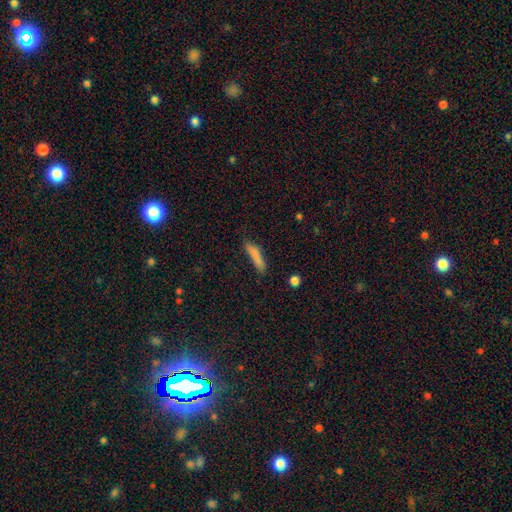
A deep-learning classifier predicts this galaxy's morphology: The model was most divided on "merging": none: 72%, minor disturbance: 20%, major disturbance: 5%, merger: 4%. More confident: how rounded — cigar-shaped (83%); smooth or featured — smooth (81%).